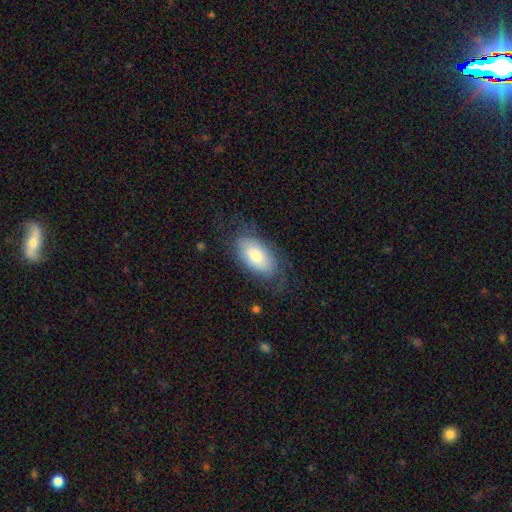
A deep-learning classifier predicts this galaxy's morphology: smooth 63%, featured or disk 31%, star or artifact 6%. Down the decision tree: how rounded — in between (94%); merging — none (65%).